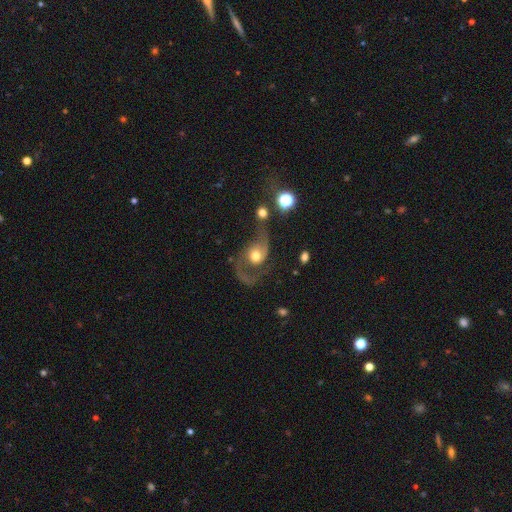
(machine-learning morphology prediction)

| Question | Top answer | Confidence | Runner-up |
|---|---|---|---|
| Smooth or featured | featured or disk | 77% | smooth (16%) |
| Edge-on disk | no | 97% | yes (3%) |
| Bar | no | 72% | weak (22%) |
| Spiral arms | yes | 92% | no (8%) |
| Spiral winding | loose | 67% | medium (28%) |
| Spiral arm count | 2 | 84% | 1 (10%) |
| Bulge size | moderate | 67% | large (16%) |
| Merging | none | 42% | major disturbance (30%) |